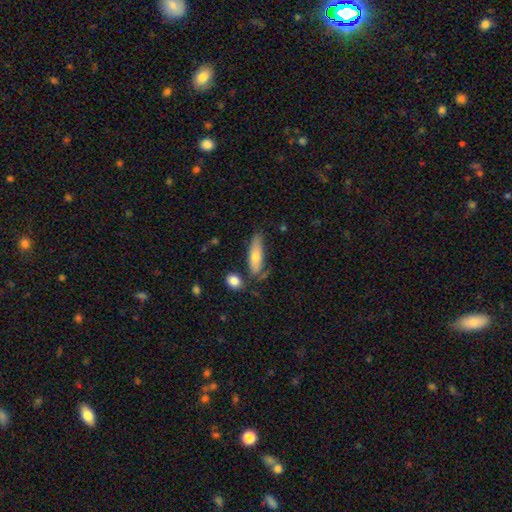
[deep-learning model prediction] Smooth or featured?
  - smooth: 61% *
  - featured or disk: 30%
  - star or artifact: 8%
How rounded?
  - cigar-shaped: 60% *
  - in between: 37%
  - round: 2%
Merging?
  - none: 65% *
  - minor disturbance: 22%
  - major disturbance: 7%
  - merger: 6%